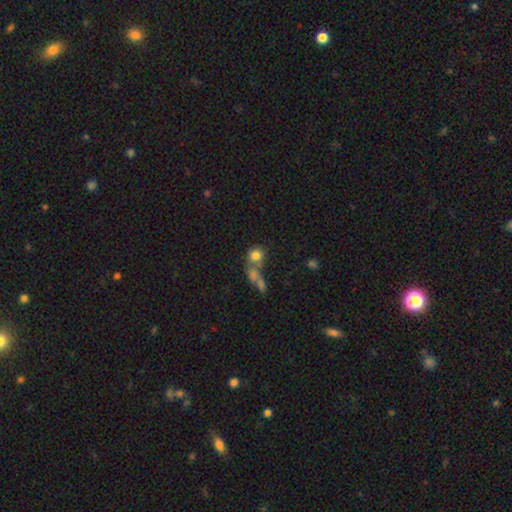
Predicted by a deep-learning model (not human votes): A smooth galaxy with no disk features (76%) that is round (79%).

Vote fractions:
- Smooth or featured? smooth: 76% / star or artifact: 13% / featured or disk: 12%
- How rounded? round: 79% / in between: 19% / cigar-shaped: 2%
- Merging? merger: 42% (tied) / none: 42% (tied) / minor disturbance: 9% / major disturbance: 7%